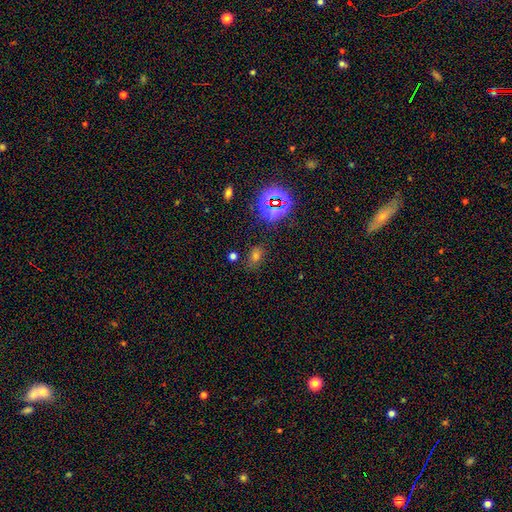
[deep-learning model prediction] This is possibly a smooth galaxy (50%). Merging: likely none (77%).